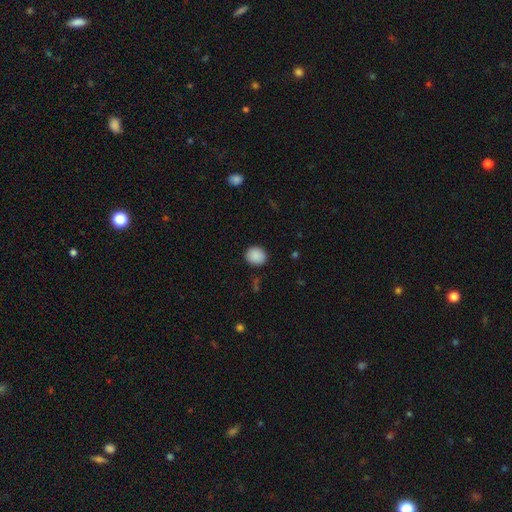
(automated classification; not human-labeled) A smooth galaxy with no disk features (89%) that is round (76%).

Vote fractions:
- Smooth or featured? smooth: 89% / star or artifact: 8% / featured or disk: 3%
- How rounded? round: 76% / in between: 23% / cigar-shaped: 1%
- Merging? none: 88% / minor disturbance: 8% / major disturbance: 2% / merger: 1%